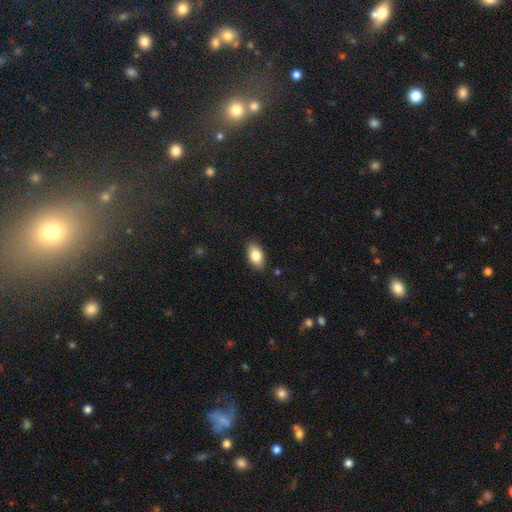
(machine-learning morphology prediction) Overall: smooth (83%). How rounded: in between (91%). Merging: none (87%).